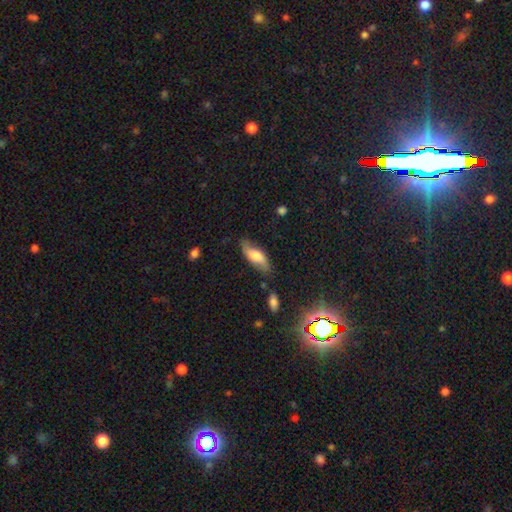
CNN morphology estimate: Overall: smooth (55%; featured or disk 38%). How rounded: in between (68%; cigar-shaped 29%). Merging: none (67%).